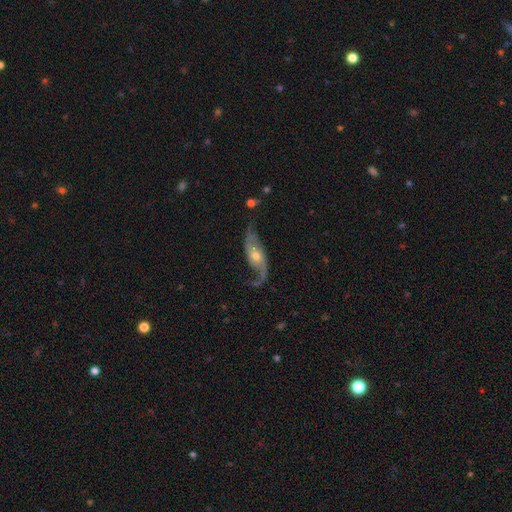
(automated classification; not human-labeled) featured or disk 86%, smooth 9%, star or artifact 5%. Down the decision tree: edge-on disk — no (92%); bar — no (62%); spiral arms — yes (95%); spiral arm count — 2 (89%); spiral winding — loose (71%); bulge size — moderate (57%); merging — none (64%).